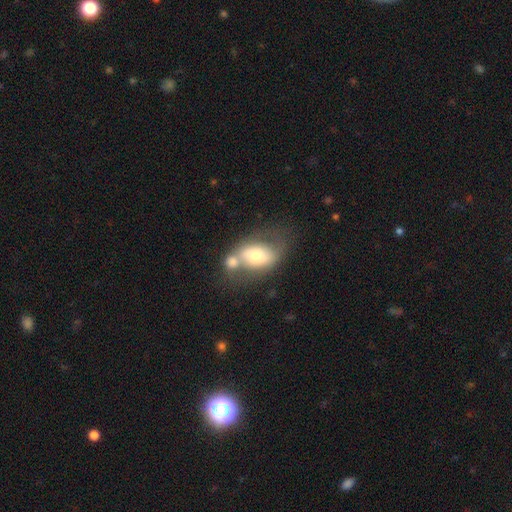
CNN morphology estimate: Overall: smooth (58%; featured or disk 35%). How rounded: in between (78%). Merging: merger (47%; none 28%).